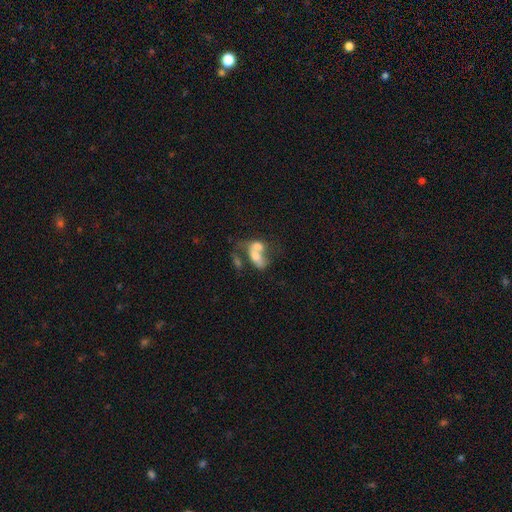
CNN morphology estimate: smooth 58%, featured or disk 32%, star or artifact 10%. Down the decision tree: how rounded — in between (78%); merging — merger (71%).